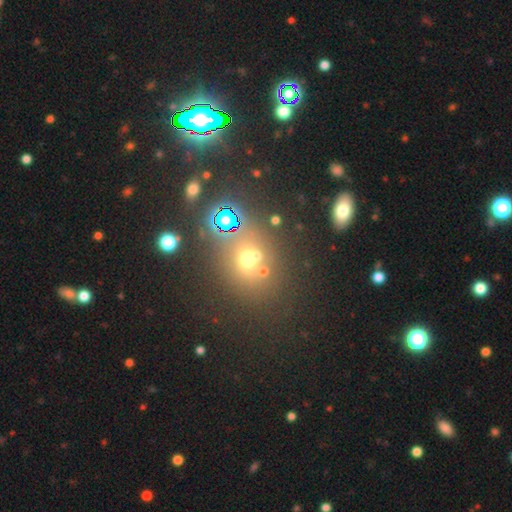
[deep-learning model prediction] Smooth or featured? Predicted: smooth (p=0.49). Merging? Predicted: none (p=0.61).